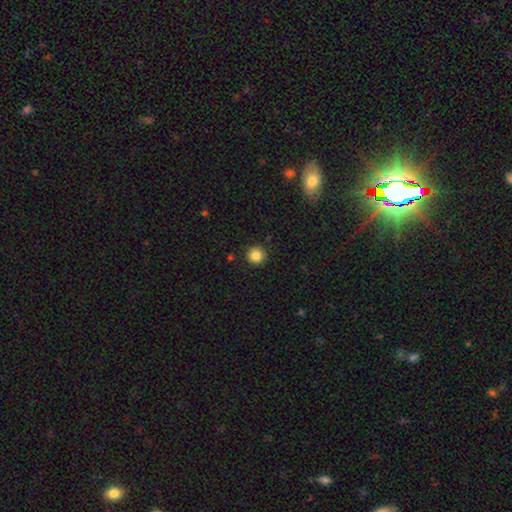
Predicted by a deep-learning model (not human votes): Smooth or featured?
  - smooth: 86% *
  - star or artifact: 10%
  - featured or disk: 4%
How rounded?
  - round: 95% *
  - in between: 4%
  - cigar-shaped: 1%
Merging?
  - none: 92% *
  - minor disturbance: 5%
  - major disturbance: 2%
  - merger: 1%